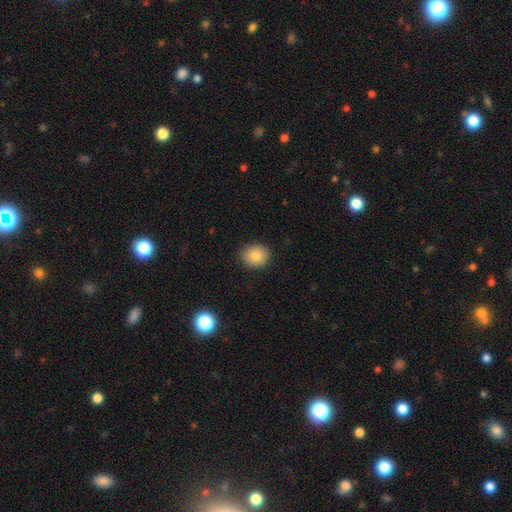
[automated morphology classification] This is clearly a smooth galaxy (81%). How rounded: likely round (68%). Merging: clearly none (88%).